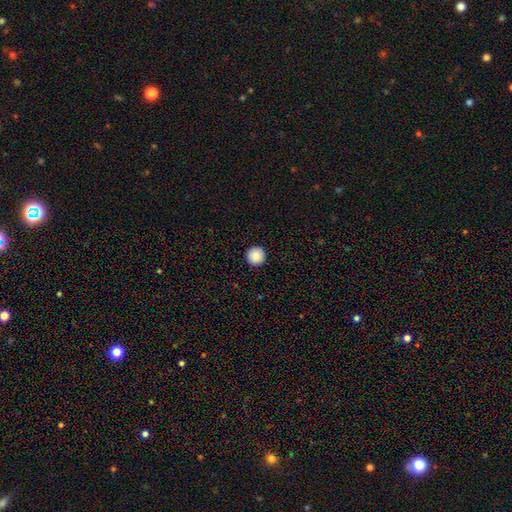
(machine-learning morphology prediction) This appears to be a smooth galaxy with no disk features (89%) that is round (96%). Merging: none (94%).